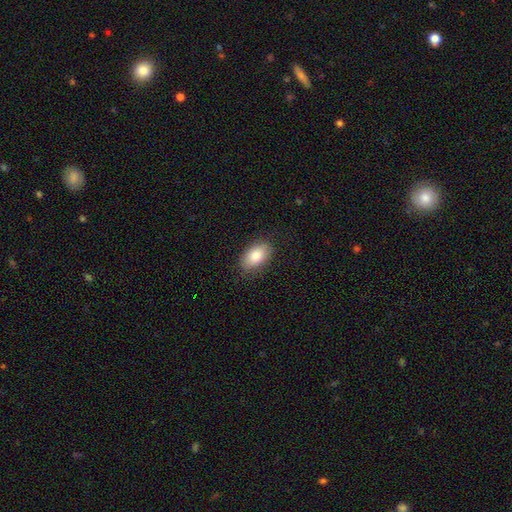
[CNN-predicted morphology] smooth-or-featured: smooth: 84% | featured or disk: 9% | star or artifact: 7%
  how-rounded: in between: 92% | round: 6% | cigar-shaped: 2%
  merging: none: 84% | minor disturbance: 12% | major disturbance: 3% | merger: 1%